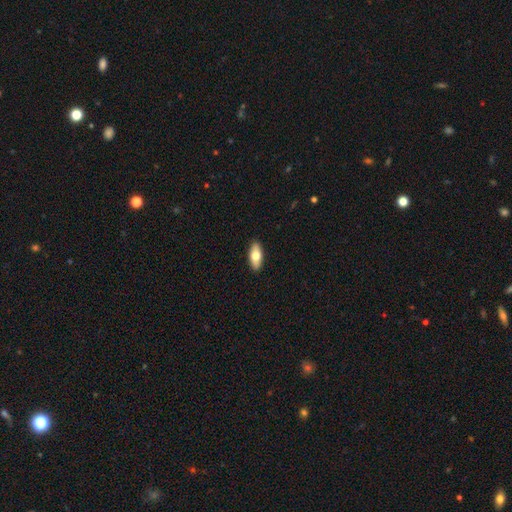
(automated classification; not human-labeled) This is likely a smooth galaxy (71%). How rounded: clearly in between (81%). Merging: clearly none (91%).